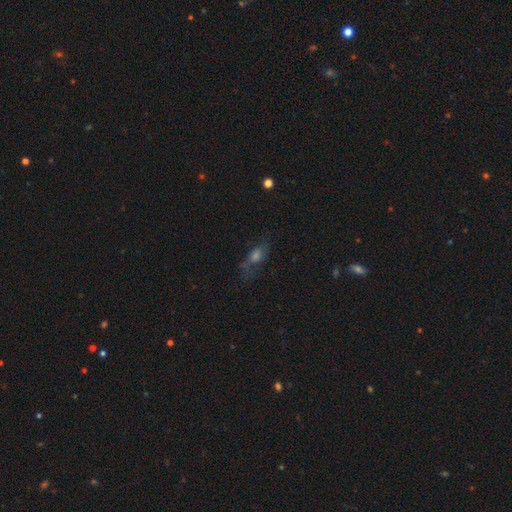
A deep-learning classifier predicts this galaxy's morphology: The model was most divided on "smooth or featured": smooth: 41%, featured or disk: 34%, star or artifact: 25%. More confident: merging — none (54%).